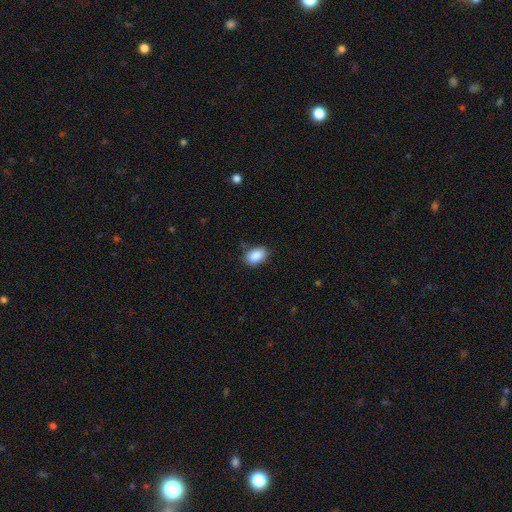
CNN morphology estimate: Smooth or featured? smooth (89%)
How rounded? in between (88%)
Merging? none (81%)